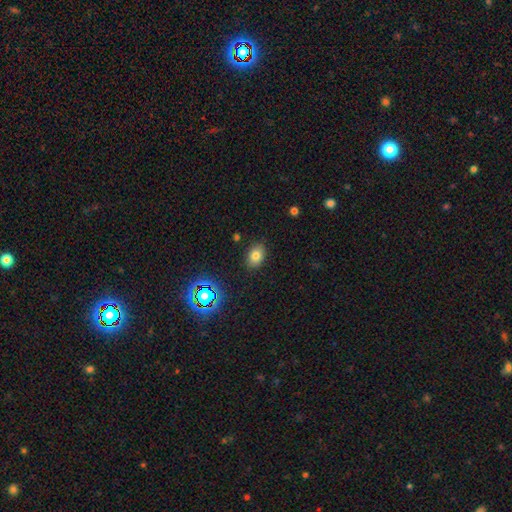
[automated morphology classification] Smooth or featured? smooth (76%)
How rounded? in between (75%)
Merging? none (86%)